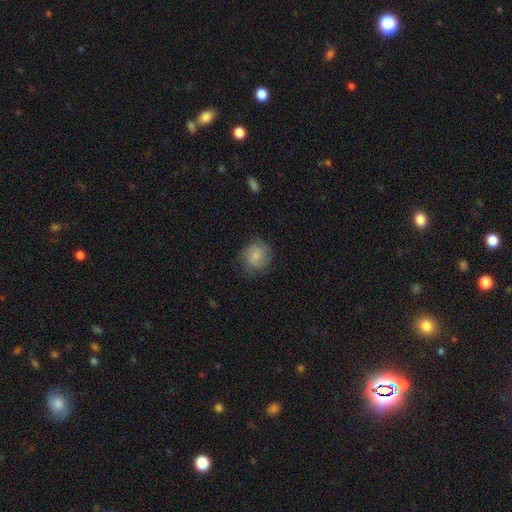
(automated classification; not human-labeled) Smooth or featured? Predicted: smooth (p=0.69). How rounded? Predicted: round (p=0.85). Merging? Predicted: none (p=0.73).